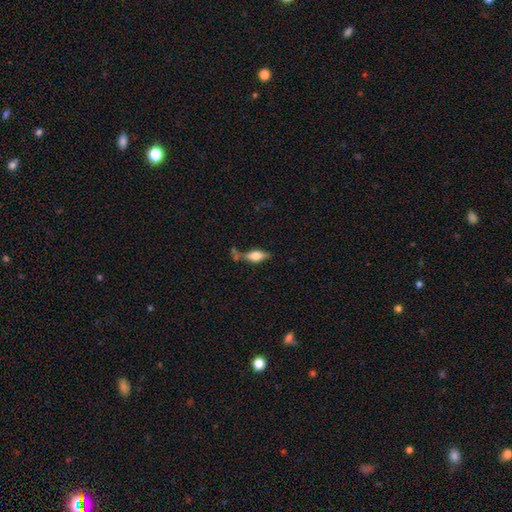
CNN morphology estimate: A smooth galaxy with no disk features (62%) that is in between round and cigar-shaped (77%).

Vote fractions:
- Smooth or featured? smooth: 62% / featured or disk: 30% / star or artifact: 8%
- How rounded? in between: 77% / cigar-shaped: 18% / round: 5%
- Merging? none: 54% / minor disturbance: 21% / merger: 17% / major disturbance: 8%